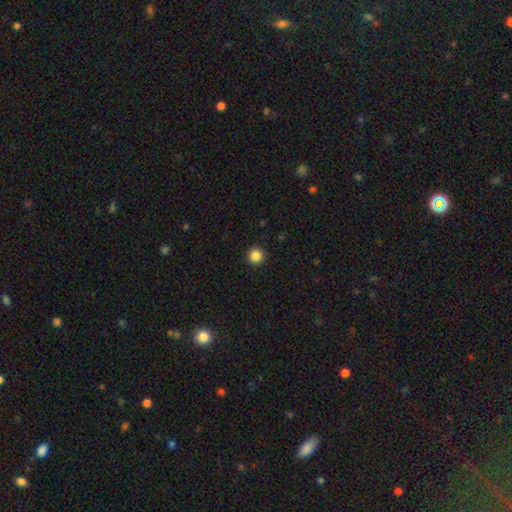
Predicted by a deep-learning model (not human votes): Smooth or featured?
  - smooth: 86% *
  - star or artifact: 11%
  - featured or disk: 3%
How rounded?
  - round: 95% *
  - in between: 4%
  - cigar-shaped: 1%
Merging?
  - none: 93% *
  - minor disturbance: 5%
  - major disturbance: 2%
  - merger: 1%